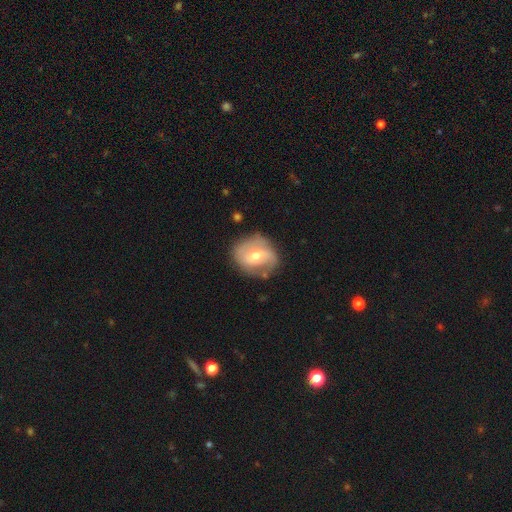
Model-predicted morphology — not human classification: This is likely a featured or disk galaxy (63%). It is clearly not viewed edge-on (96%). Bar: marginally no (44%). Spiral arm pattern: likely yes (75%). Central bulge: likely moderate (71%). Merging: likely none (69%).